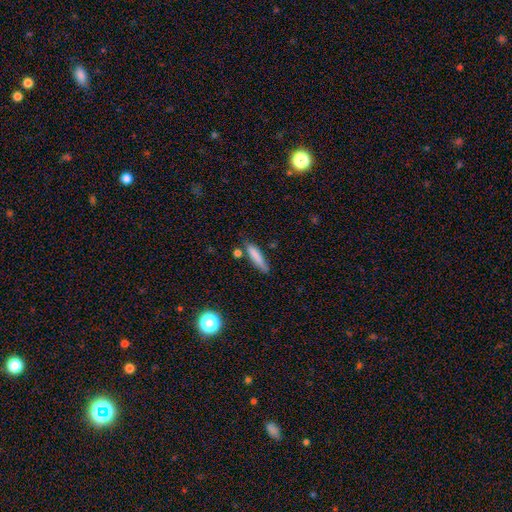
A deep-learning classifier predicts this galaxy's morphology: Smooth or featured? Predicted: smooth (p=0.80). How rounded? Predicted: cigar-shaped (p=0.81). Merging? Predicted: none (p=0.69).